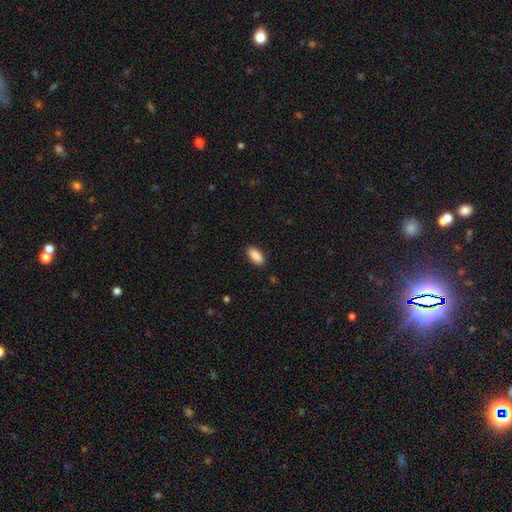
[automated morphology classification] smooth 90%, star or artifact 7%, featured or disk 3%. Down the decision tree: how rounded — in between (90%); merging — none (89%).